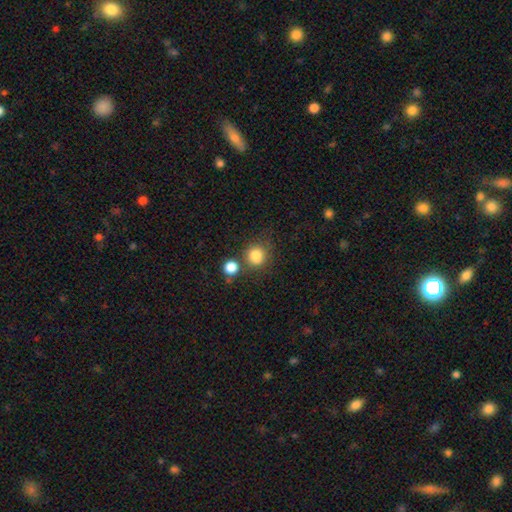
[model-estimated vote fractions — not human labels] A smooth galaxy with no disk features (83%) that is round (86%).

Vote fractions:
- Smooth or featured? smooth: 83% / star or artifact: 11% / featured or disk: 6%
- How rounded? round: 86% / in between: 13% / cigar-shaped: 1%
- Merging? none: 65% / merger: 18% / minor disturbance: 12% / major disturbance: 5%